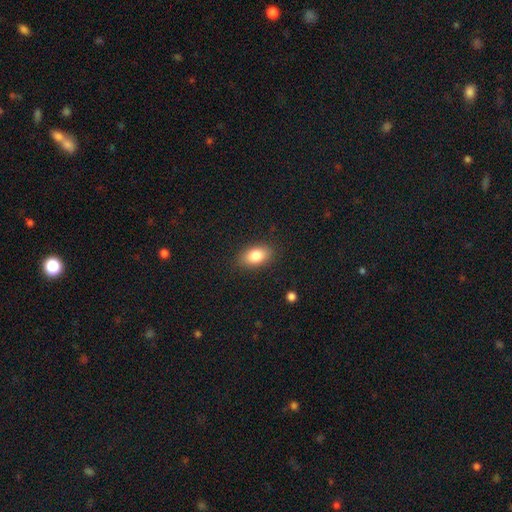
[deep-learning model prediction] smooth 83%, featured or disk 9%, star or artifact 8%. Down the decision tree: how rounded — in between (89%); merging — none (87%).